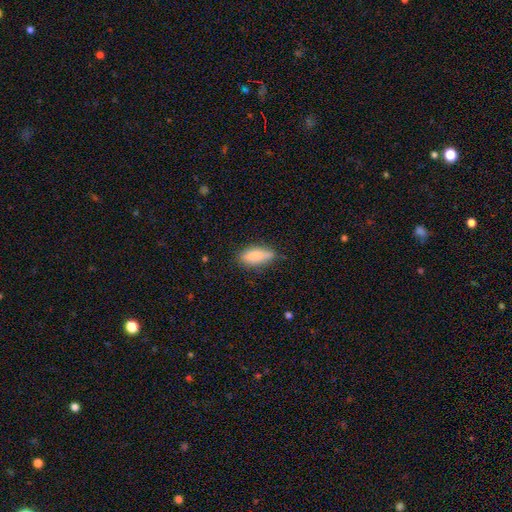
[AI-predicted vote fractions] smooth_or_featured: smooth (p=0.84) [alt: featured or disk p=0.09]
how_rounded: in between (p=0.77) [alt: cigar-shaped p=0.20]
merging: none (p=0.67) [alt: minor disturbance p=0.25]